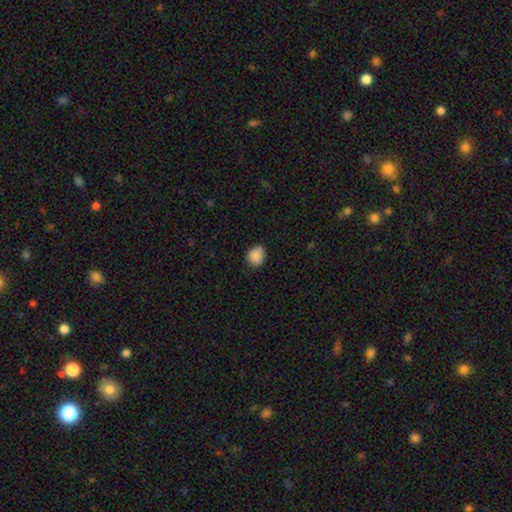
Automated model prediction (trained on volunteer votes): A smooth galaxy with no disk features (88%) that is round (58%). Merging: none (81%).